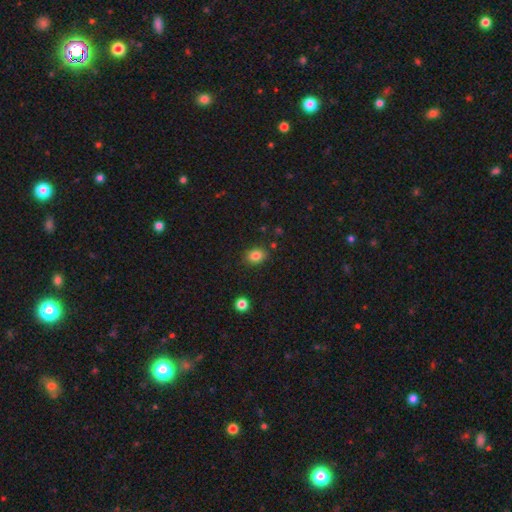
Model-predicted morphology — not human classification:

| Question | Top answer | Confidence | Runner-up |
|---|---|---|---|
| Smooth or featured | smooth | 83% | star or artifact (11%) |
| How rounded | in between | 65% | round (34%) |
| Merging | none | 84% | minor disturbance (11%) |